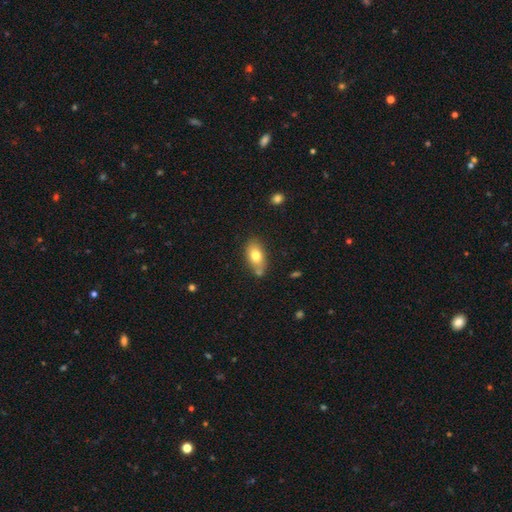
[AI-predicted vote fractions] Smooth or featured? smooth (76%)
How rounded? in between (87%)
Merging? none (69%)